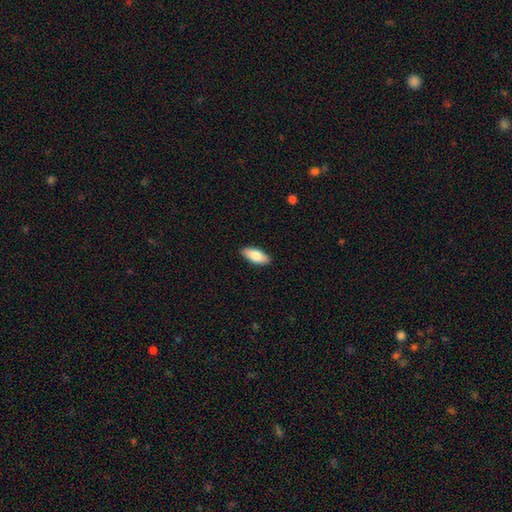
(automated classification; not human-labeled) The model was most divided on "how rounded": in between: 82%, cigar-shaped: 15%, round: 2%. More confident: merging — none (89%); smooth or featured — smooth (81%).